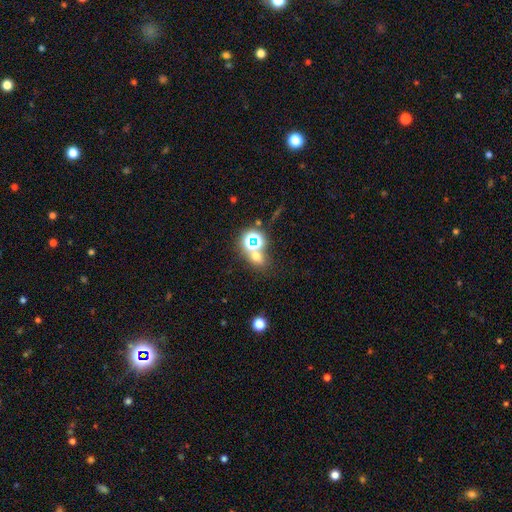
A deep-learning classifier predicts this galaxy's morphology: type=smooth (51%); roundness=round (59%); merging=none (64%).